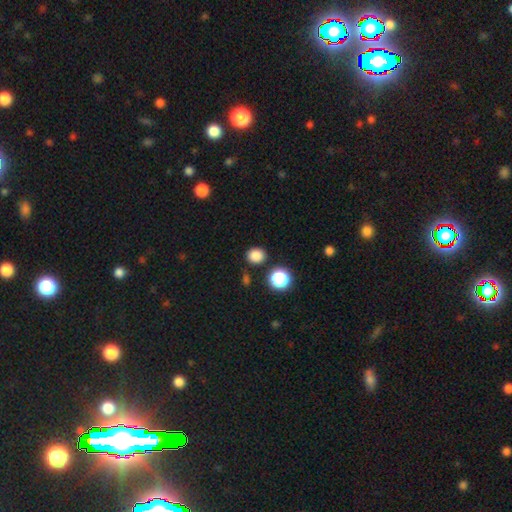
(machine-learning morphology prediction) Smooth or featured? smooth (84%)
How rounded? round (74%)
Merging? none (85%)